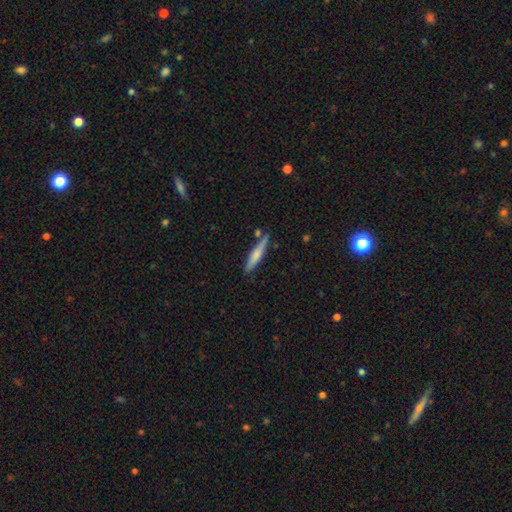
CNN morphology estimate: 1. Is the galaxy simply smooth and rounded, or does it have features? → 66% smooth, 28% featured or disk, 6% star or artifact.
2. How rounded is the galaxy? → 89% cigar-shaped, 9% in between, 1% round.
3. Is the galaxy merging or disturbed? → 76% none, 14% minor disturbance, 7% merger, 3% major disturbance.